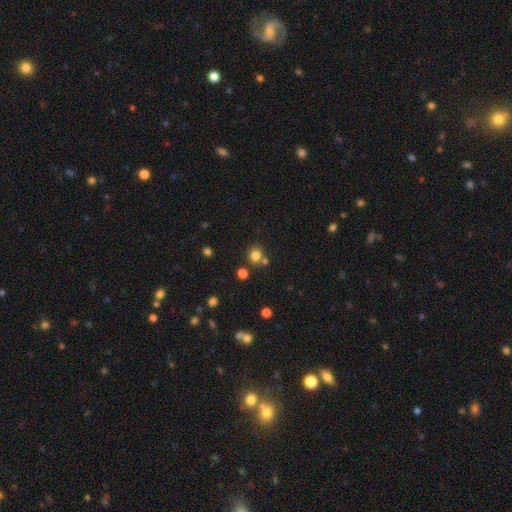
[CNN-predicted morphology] Q: Smooth or featured?
A: smooth (79%); runner-up: star or artifact (15%)
Q: How rounded?
A: round (83%); runner-up: in between (17%)
Q: Merging?
A: none (70%); runner-up: merger (18%)